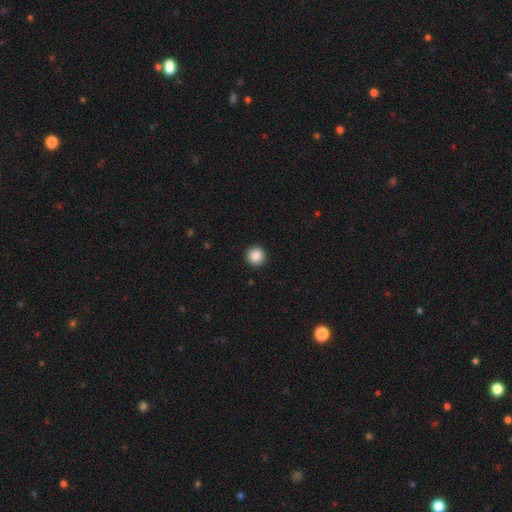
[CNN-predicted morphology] A smooth galaxy with no disk features (88%) that is round (96%). Merging: none (93%).